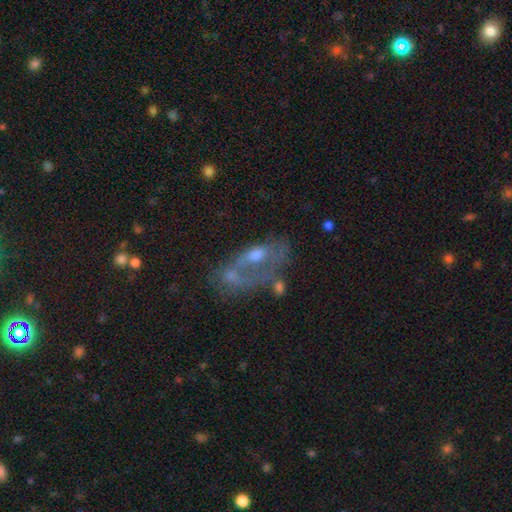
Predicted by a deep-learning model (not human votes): A featured or disk galaxy (55%) with no bar (78%), no spiral arms (68%) and a moderate central bulge (56%).

Vote fractions:
- Smooth or featured? featured or disk: 55% / smooth: 32% / star or artifact: 12%
- Edge-on disk? no: 91% / yes: 9%
- Bar? no: 78% / weak: 18% / strong: 4%
- Spiral arms? no: 68% / yes: 32%
- Bulge size? moderate: 56% / small: 25% / large: 9% / none: 9% / dominant: 2%
- Merging? major disturbance: 33% / merger: 26% / none: 25% / minor disturbance: 16%